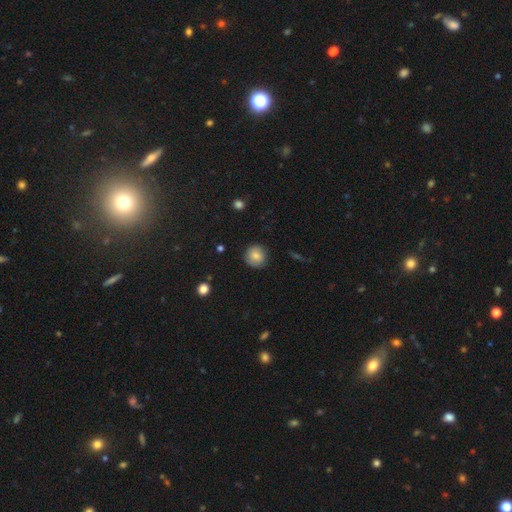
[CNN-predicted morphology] Q: Smooth or featured?
A: smooth (82%); runner-up: featured or disk (10%)
Q: How rounded?
A: round (92%); runner-up: in between (7%)
Q: Merging?
A: none (87%); runner-up: minor disturbance (9%)